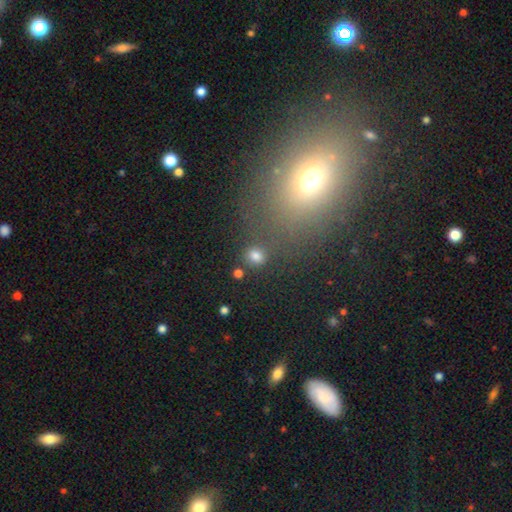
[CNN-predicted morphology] Smooth or featured? Predicted: smooth (p=0.77). How rounded? Predicted: round (p=0.77). Merging? Predicted: none (p=0.79).